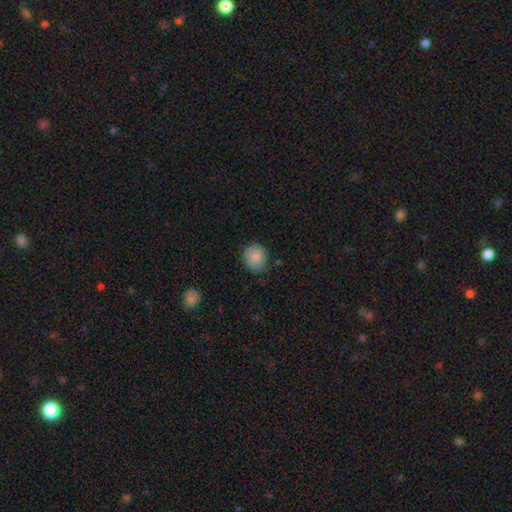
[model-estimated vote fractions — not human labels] The model was most divided on "merging": none: 81%, minor disturbance: 15%, major disturbance: 3%, merger: 1%. More confident: how rounded — round (87%); smooth or featured — smooth (83%).